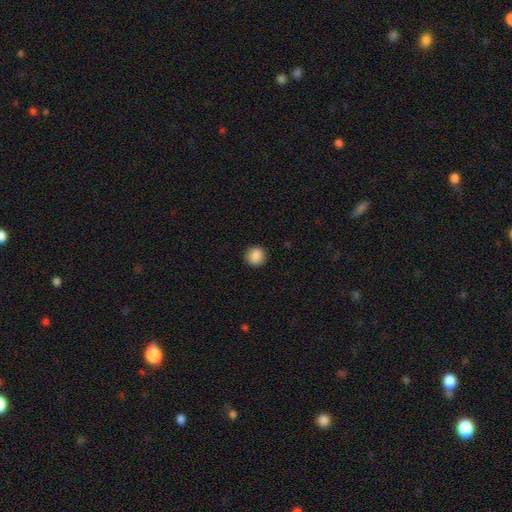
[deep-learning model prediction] The model was most divided on "how rounded": round: 88%, in between: 11%, cigar-shaped: 1%. More confident: merging — none (89%); smooth or featured — smooth (88%).